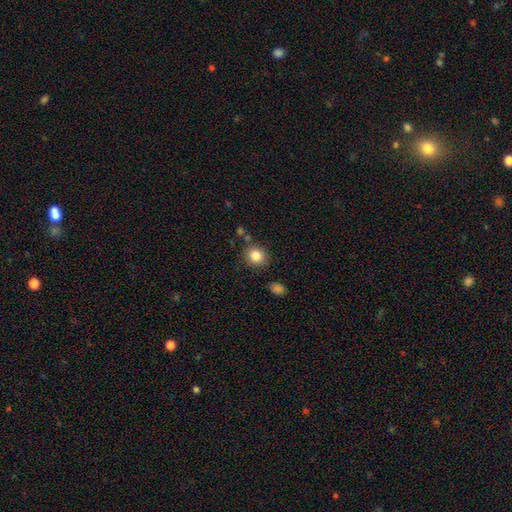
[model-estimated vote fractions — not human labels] Smooth or featured: smooth — 84% (star or artifact — 10%)
How rounded: round — 78% (in between — 22%)
Merging: none — 81% (minor disturbance — 11%)